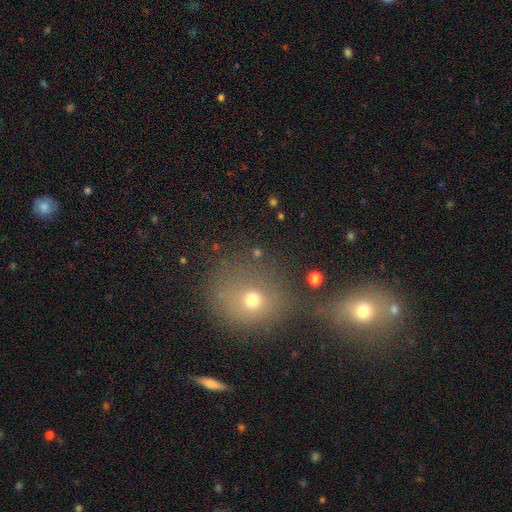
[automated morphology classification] This appears to be a smooth galaxy with no disk features (60%) that is round (75%). Merging: none (52%).